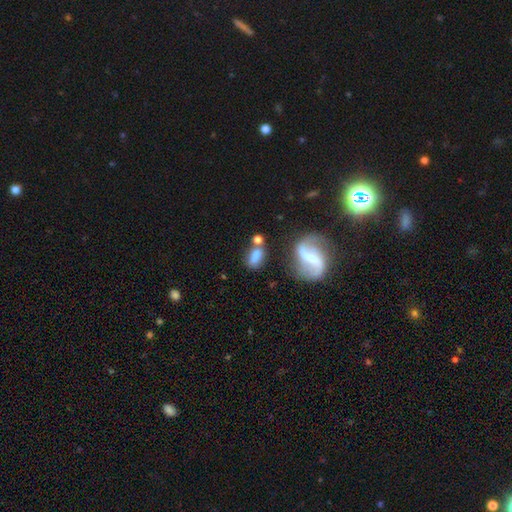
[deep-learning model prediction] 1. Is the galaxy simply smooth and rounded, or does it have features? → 67% smooth, 23% featured or disk, 11% star or artifact.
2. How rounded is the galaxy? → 80% in between, 13% round, 7% cigar-shaped.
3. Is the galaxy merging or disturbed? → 47% none, 24% merger, 19% minor disturbance, 10% major disturbance.